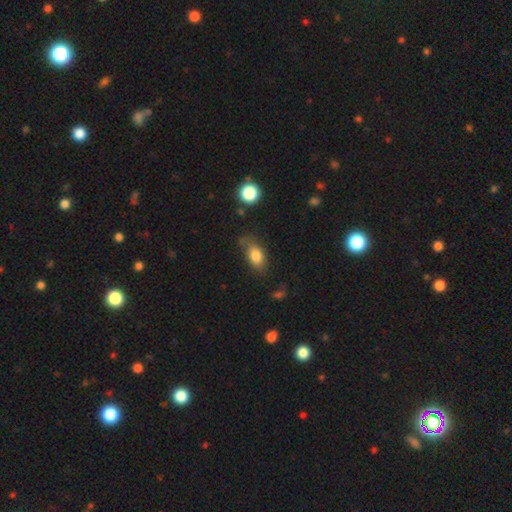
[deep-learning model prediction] Overall: smooth (79%). How rounded: in between (86%). Merging: none (59%; minor disturbance 28%).